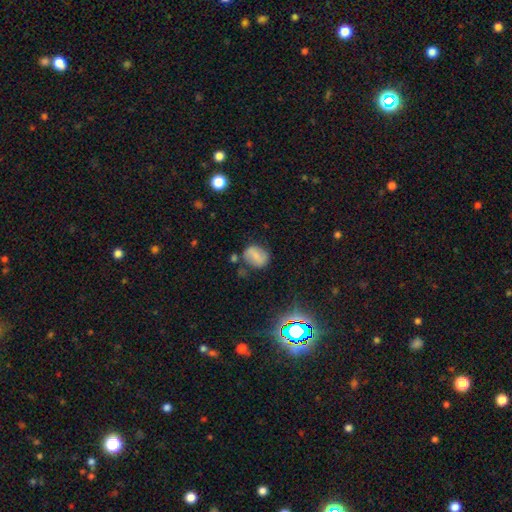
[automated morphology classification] type=smooth (62%); roundness=in between (55%); merging=none (67%).